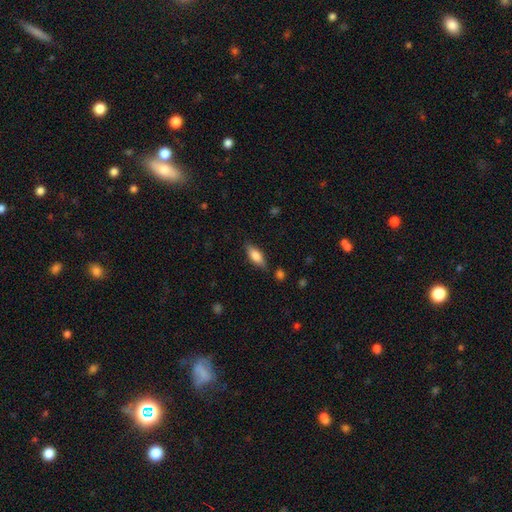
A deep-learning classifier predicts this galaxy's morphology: This appears to be a smooth galaxy with no disk features (76%) that is in between round and cigar-shaped (74%). Merging: none (80%).